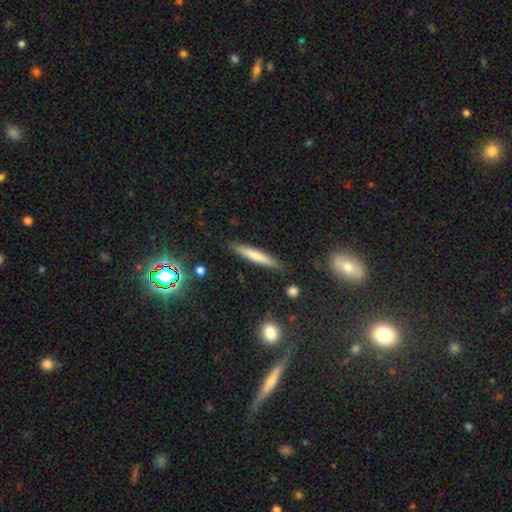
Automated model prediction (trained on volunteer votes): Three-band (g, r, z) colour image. It shows a smooth galaxy with no disk features (67%) that is cigar-shaped (93%). Merging: none (88%).